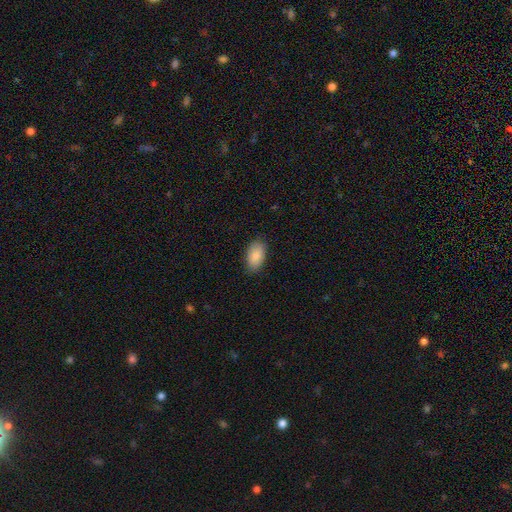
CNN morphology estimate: The model was most divided on "merging": none: 86%, minor disturbance: 11%, major disturbance: 2%, merger: 1%. More confident: how rounded — in between (94%); smooth or featured — smooth (87%).